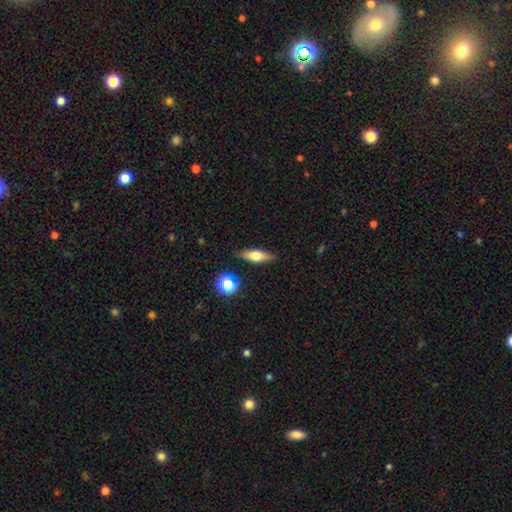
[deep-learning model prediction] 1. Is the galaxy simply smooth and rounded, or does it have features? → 50% smooth, 41% featured or disk, 9% star or artifact.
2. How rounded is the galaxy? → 51% in between, 44% cigar-shaped, 6% round.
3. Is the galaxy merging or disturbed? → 85% none, 10% minor disturbance, 3% major disturbance, 2% merger.